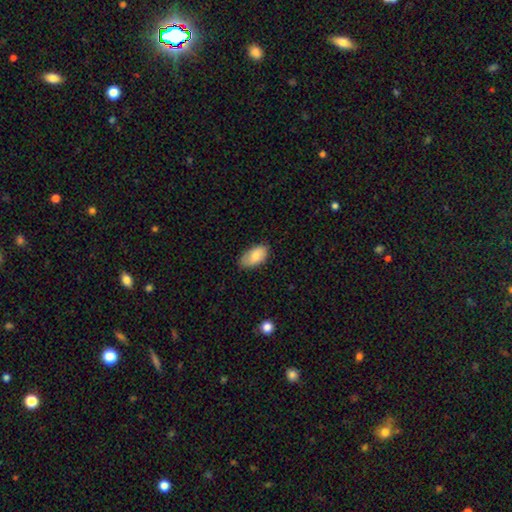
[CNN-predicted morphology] This is likely a smooth galaxy (79%). How rounded: clearly in between (95%). Merging: likely none (75%).